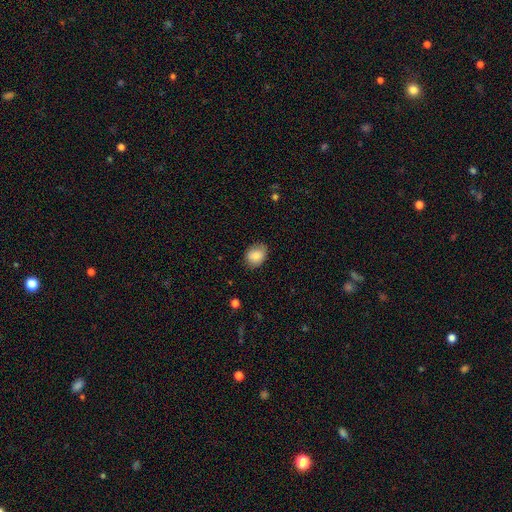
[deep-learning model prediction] smooth_or_featured: smooth (p=0.84) [alt: featured or disk p=0.08]
how_rounded: in between (p=0.54) [alt: round p=0.45]
merging: none (p=0.76) [alt: minor disturbance p=0.19]